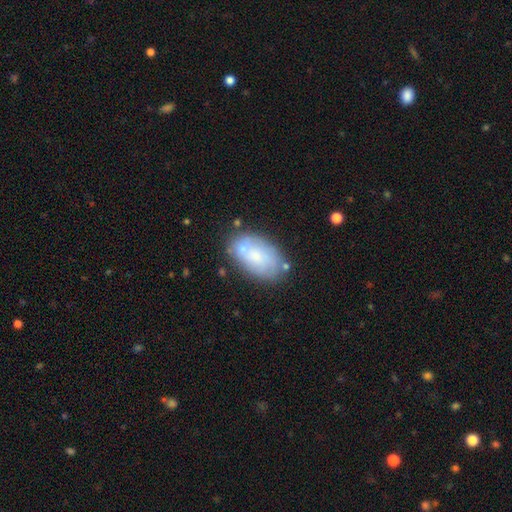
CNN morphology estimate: This appears to be a smooth galaxy with no disk features (61%) that is in between round and cigar-shaped (93%). Merging: none (63%).